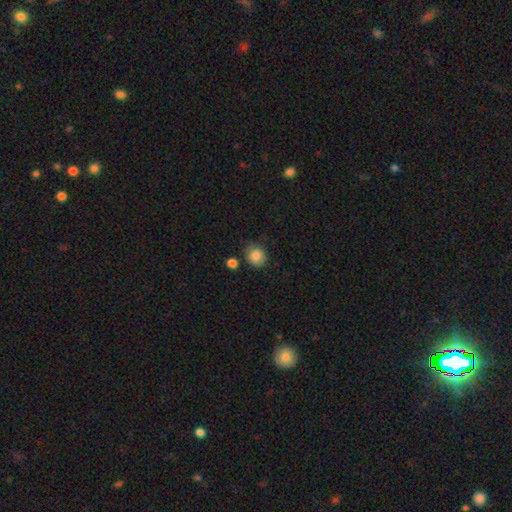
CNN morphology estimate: This appears to be a smooth galaxy with no disk features (83%) that is round (74%). Merging: none (73%).